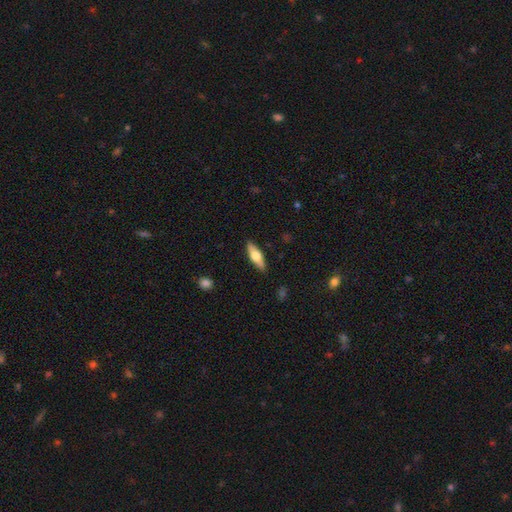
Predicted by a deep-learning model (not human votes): Smooth or featured? Predicted: smooth (p=0.55). How rounded? Predicted: in between (p=0.52). Merging? Predicted: none (p=0.89).